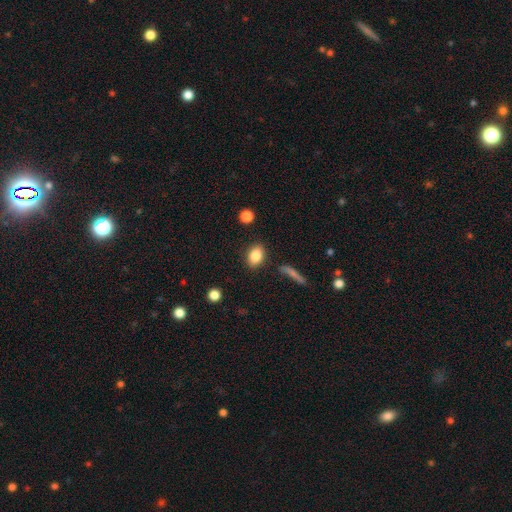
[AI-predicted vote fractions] The model was most divided on "how rounded": in between: 73%, round: 25%, cigar-shaped: 3%. More confident: merging — none (85%); smooth or featured — smooth (85%).